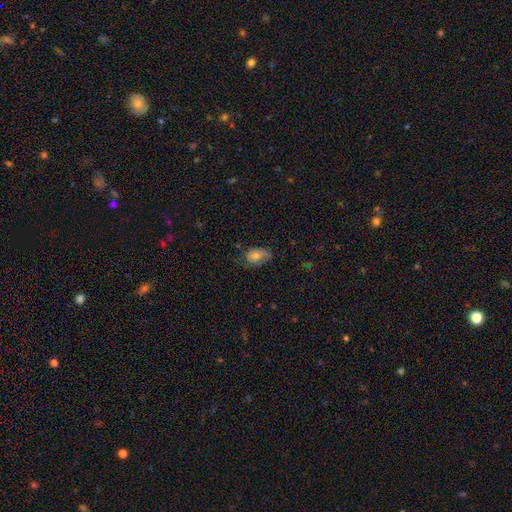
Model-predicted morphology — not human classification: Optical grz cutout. It shows a smooth galaxy with no disk features (62%) that is in between round and cigar-shaped (82%). Merging: none (56%).